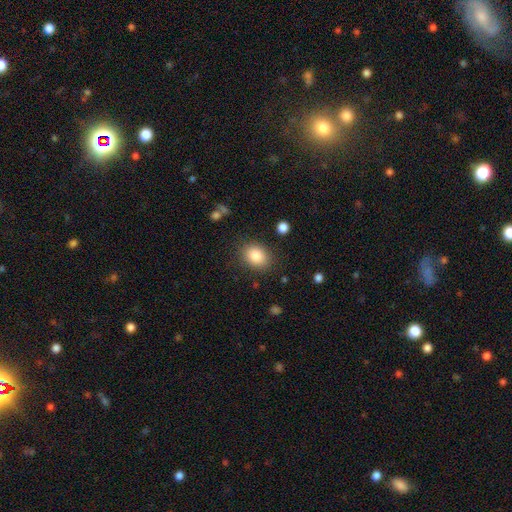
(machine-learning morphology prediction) This appears to be a smooth galaxy with no disk features (85%) that is in between round and cigar-shaped (57%). Merging: none (84%).